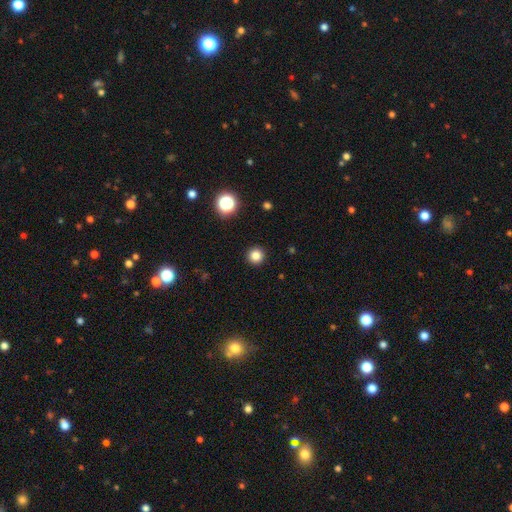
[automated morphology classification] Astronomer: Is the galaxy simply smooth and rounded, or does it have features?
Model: smooth — 83%.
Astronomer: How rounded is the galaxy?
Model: round — 96%.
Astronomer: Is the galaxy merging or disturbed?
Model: none — 93%.